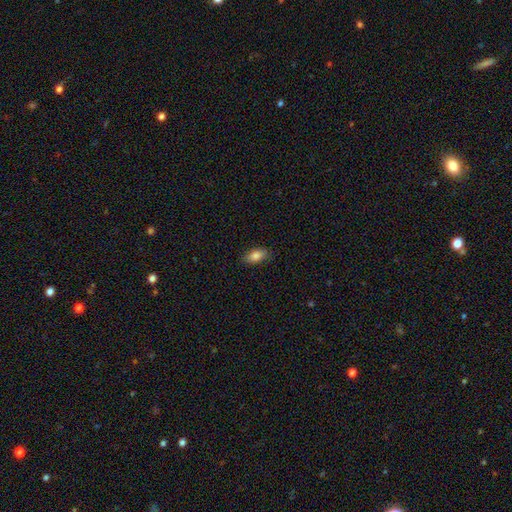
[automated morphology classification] Q: Smooth or featured?
A: smooth (84%); runner-up: featured or disk (8%)
Q: How rounded?
A: in between (89%); runner-up: cigar-shaped (7%)
Q: Merging?
A: none (86%); runner-up: minor disturbance (11%)